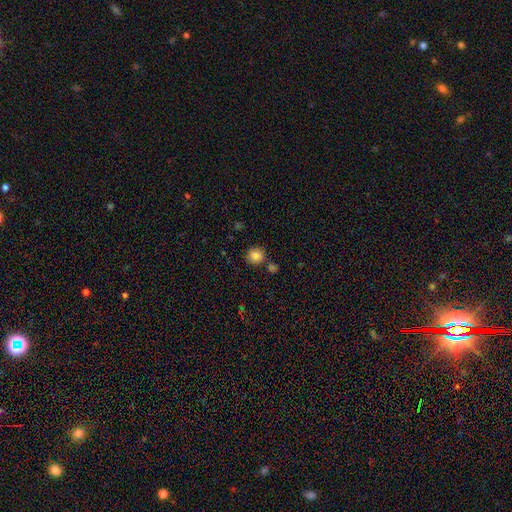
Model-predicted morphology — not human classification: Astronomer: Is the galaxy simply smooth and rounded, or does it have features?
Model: smooth — 84%.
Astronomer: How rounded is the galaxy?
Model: round — 87%.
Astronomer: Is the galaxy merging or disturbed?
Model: none — 79%.